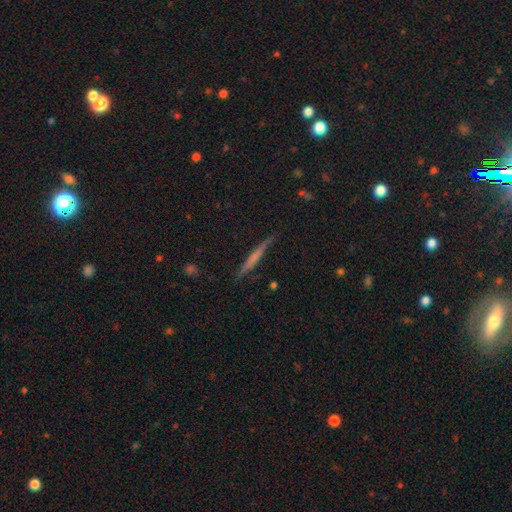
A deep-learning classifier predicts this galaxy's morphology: Smooth or featured: featured or disk — 52% (smooth — 41%)
Edge-on disk: yes — 96% (no — 4%)
Edge-on bulge: none — 70% (rounded — 18%)
Merging: none — 86% (minor disturbance — 10%)